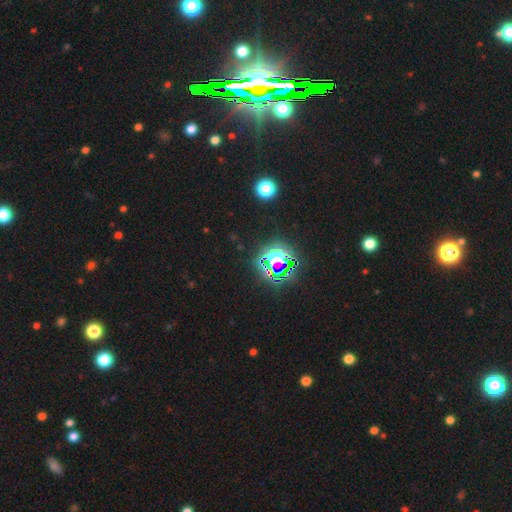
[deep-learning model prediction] smooth-or-featured: star or artifact: 84% | smooth: 10% | featured or disk: 7%